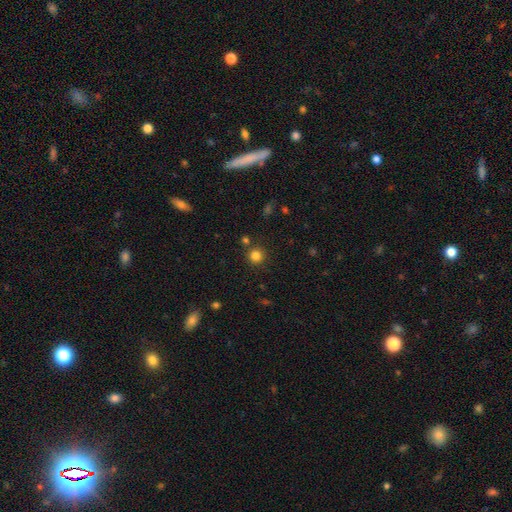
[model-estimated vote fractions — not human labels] Smooth or featured? Predicted: smooth (p=0.82). How rounded? Predicted: round (p=0.94). Merging? Predicted: none (p=0.84).